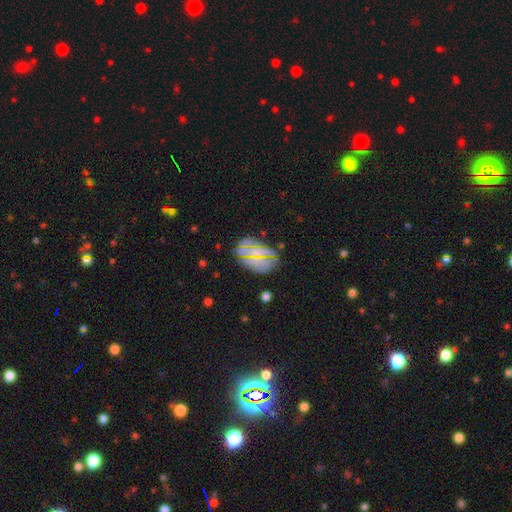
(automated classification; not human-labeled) A smooth galaxy with no disk features (37%). Merging: none (69%).